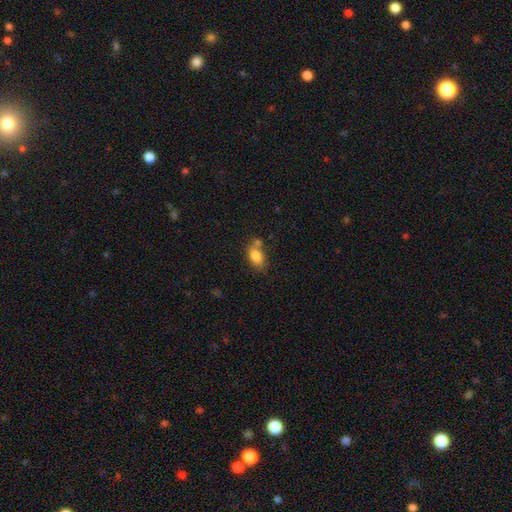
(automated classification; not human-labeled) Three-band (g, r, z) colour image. It shows a smooth galaxy with no disk features (83%) that is in between round and cigar-shaped (88%). Merging: none (58%).